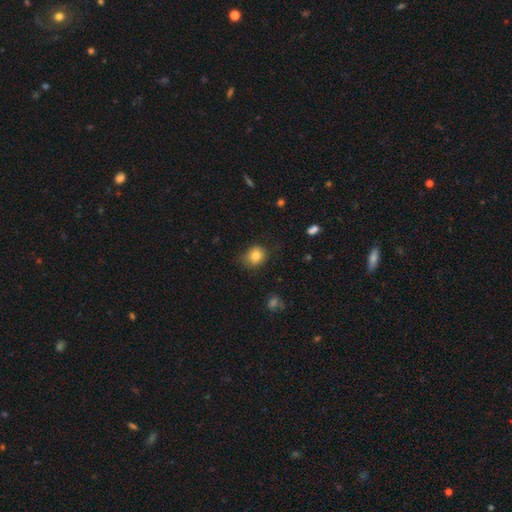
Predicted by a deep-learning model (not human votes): Smooth or featured?
  - smooth: 80% *
  - star or artifact: 11%
  - featured or disk: 8%
How rounded?
  - round: 75% *
  - in between: 24%
  - cigar-shaped: 1%
Merging?
  - none: 73% *
  - minor disturbance: 21%
  - major disturbance: 5%
  - merger: 1%